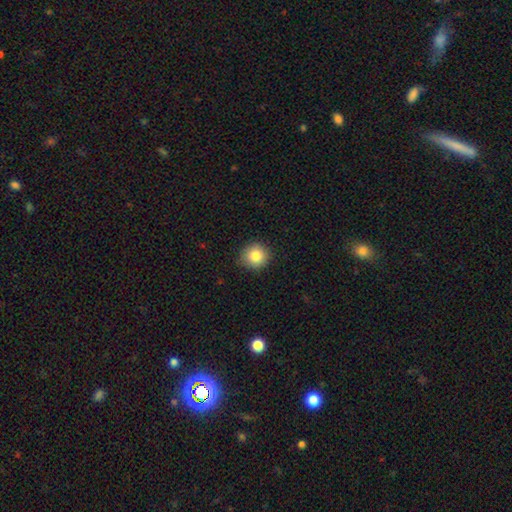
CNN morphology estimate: Smooth or featured? Predicted: smooth (p=0.84). How rounded? Predicted: round (p=0.90). Merging? Predicted: none (p=0.87).